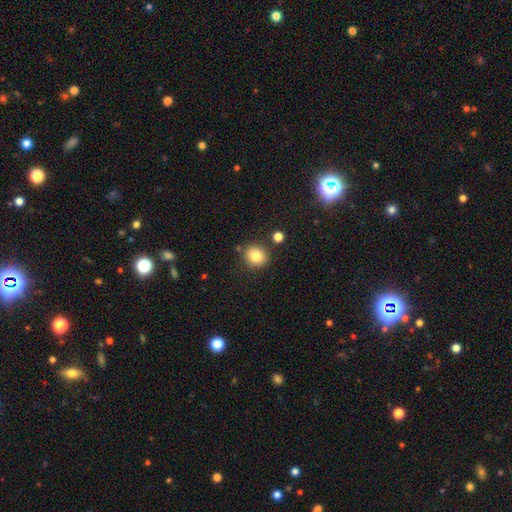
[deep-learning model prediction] Morphology: type=smooth (84%); roundness=round (76%); merging=none (83%).